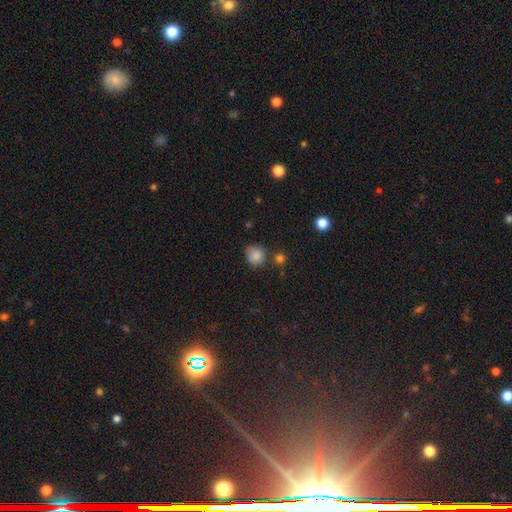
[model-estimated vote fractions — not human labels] Smooth or featured? Predicted: smooth (p=0.84). How rounded? Predicted: round (p=0.84). Merging? Predicted: none (p=0.70).